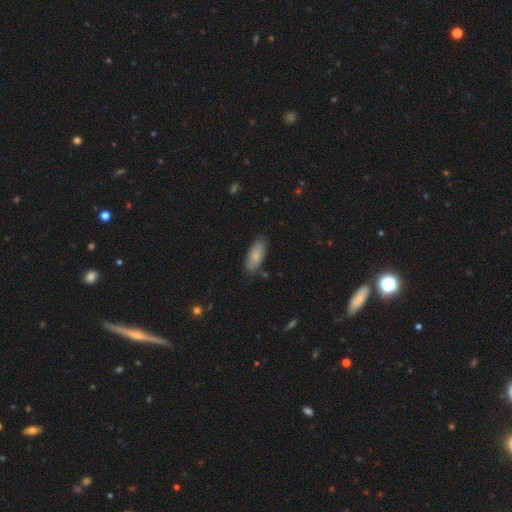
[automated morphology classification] Overall: smooth (82%). How rounded: in between (83%). Merging: none (81%).